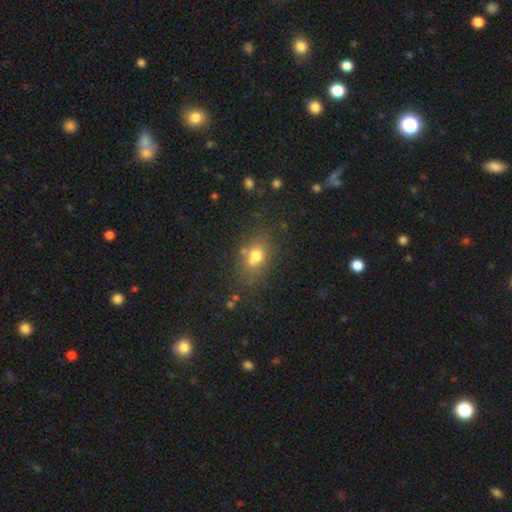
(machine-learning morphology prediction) This is likely a smooth galaxy (72%). How rounded: likely in between (62%). Merging: likely none (64%).